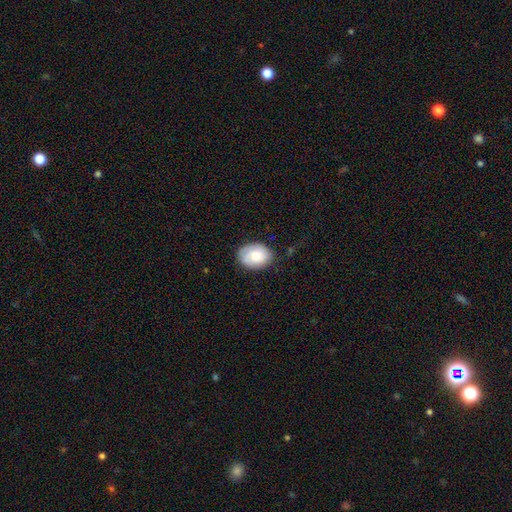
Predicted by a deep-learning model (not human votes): Smooth or featured? Predicted: smooth (p=0.71). How rounded? Predicted: in between (p=0.69). Merging? Predicted: none (p=0.75).